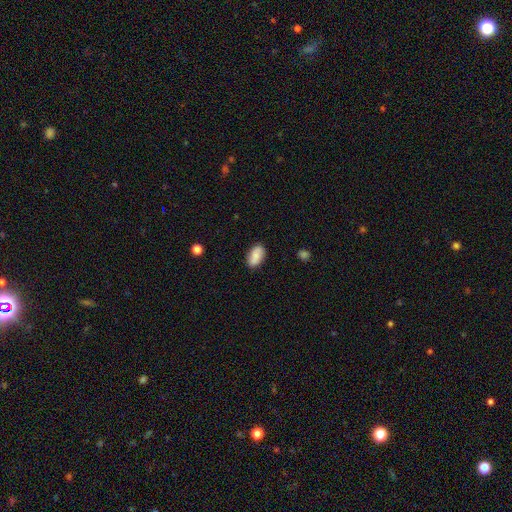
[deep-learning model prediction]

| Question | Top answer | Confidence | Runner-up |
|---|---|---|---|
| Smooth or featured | smooth | 82% | featured or disk (11%) |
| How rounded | in between | 92% | round (5%) |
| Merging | none | 85% | minor disturbance (11%) |